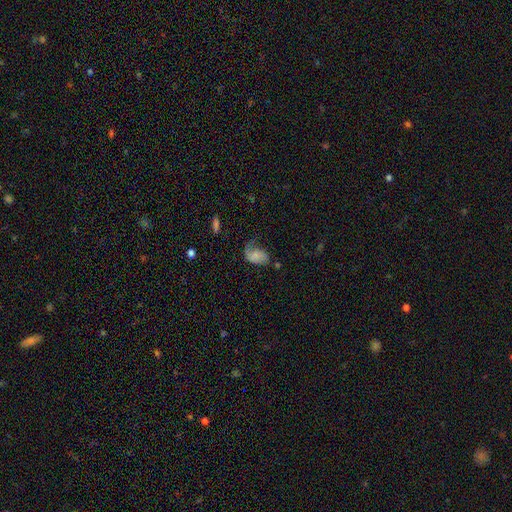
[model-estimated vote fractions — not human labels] A smooth galaxy with no disk features (52%) that is in between round and cigar-shaped (88%). Merging: major disturbance (37%).